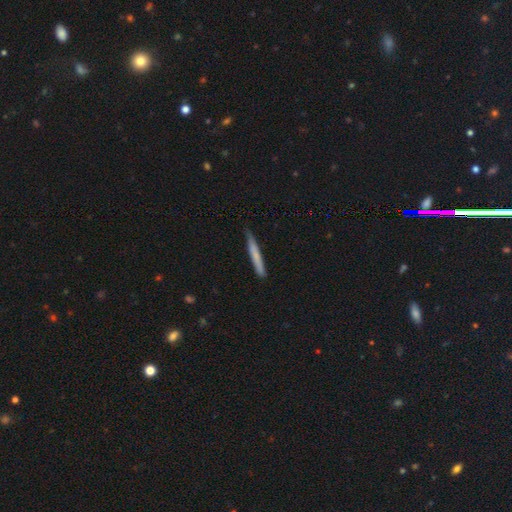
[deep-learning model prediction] smooth_or_featured: smooth (p=0.66) [alt: featured or disk p=0.28]
how_rounded: cigar-shaped (p=0.96) [alt: in between p=0.02]
merging: none (p=0.80) [alt: minor disturbance p=0.17]